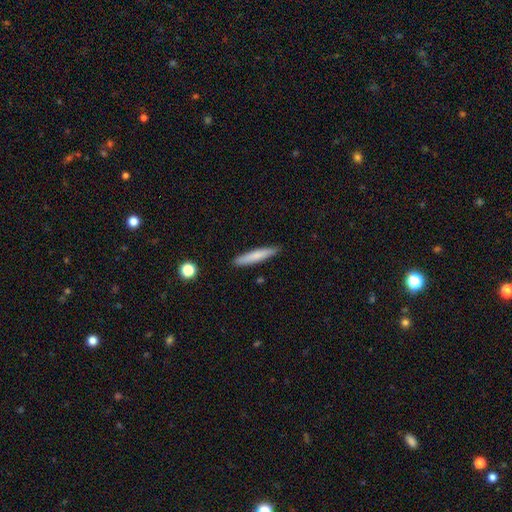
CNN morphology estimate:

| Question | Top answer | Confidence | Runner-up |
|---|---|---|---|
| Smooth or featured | smooth | 76% | featured or disk (18%) |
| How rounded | cigar-shaped | 91% | in between (8%) |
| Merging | none | 89% | minor disturbance (8%) |